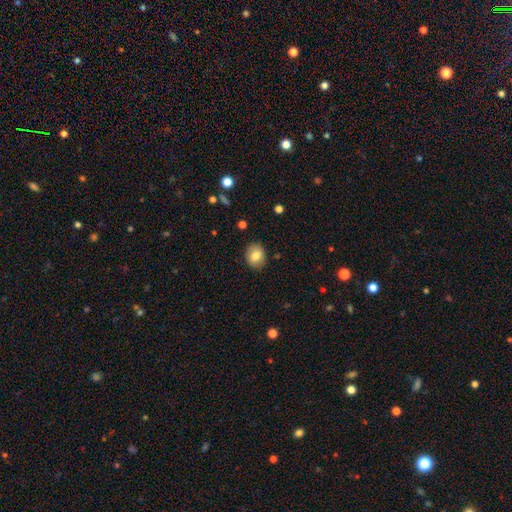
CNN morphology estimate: Smooth or featured?
  - smooth: 81% *
  - featured or disk: 11%
  - star or artifact: 9%
How rounded?
  - round: 60% *
  - in between: 39%
  - cigar-shaped: 1%
Merging?
  - none: 87% *
  - minor disturbance: 10%
  - major disturbance: 2%
  - merger: 1%